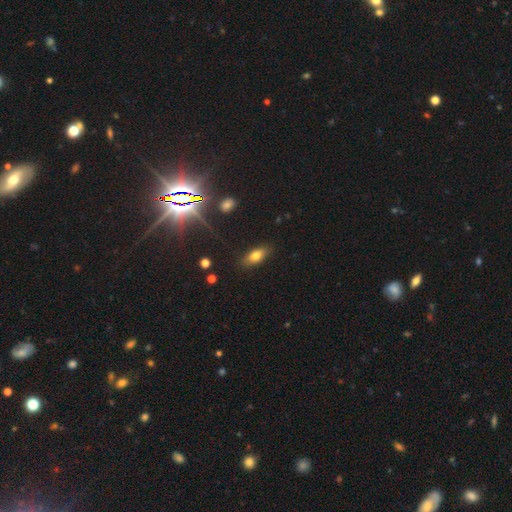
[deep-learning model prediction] Smooth or featured? smooth (75%)
How rounded? in between (82%)
Merging? none (86%)